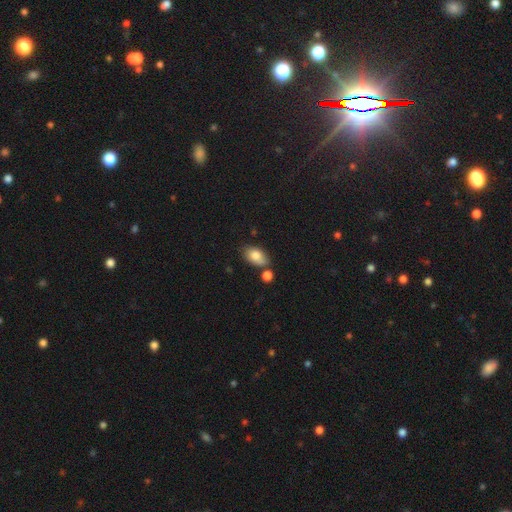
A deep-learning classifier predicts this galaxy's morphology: Smooth or featured?
  - smooth: 81% *
  - featured or disk: 12%
  - star or artifact: 8%
How rounded?
  - in between: 90% *
  - round: 9%
  - cigar-shaped: 2%
Merging?
  - none: 61% *
  - minor disturbance: 19%
  - merger: 15%
  - major disturbance: 4%